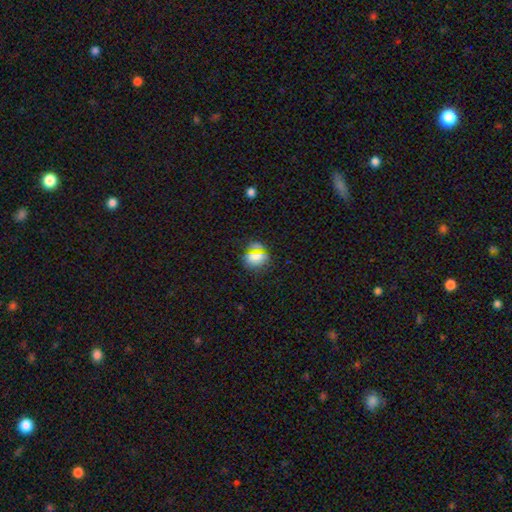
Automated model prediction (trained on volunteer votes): Overall: smooth (72%). How rounded: in between (49%; round 46%). Merging: none (68%).